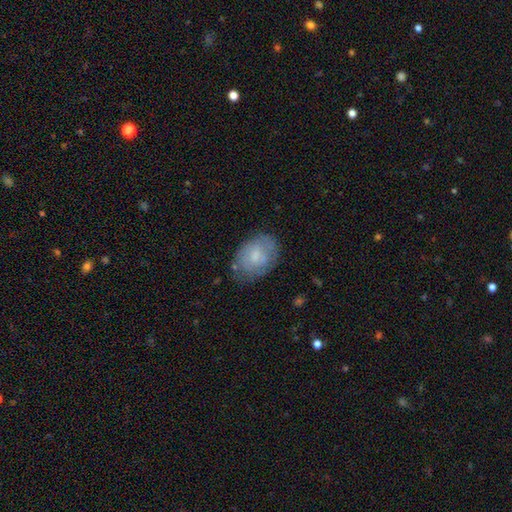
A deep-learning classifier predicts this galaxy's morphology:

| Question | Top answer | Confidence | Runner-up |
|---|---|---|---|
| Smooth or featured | smooth | 61% | featured or disk (32%) |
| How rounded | in between | 74% | round (25%) |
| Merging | none | 64% | minor disturbance (25%) |